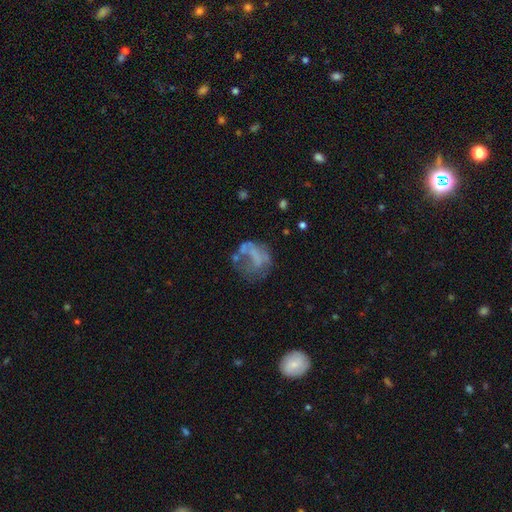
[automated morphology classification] This appears to be a featured or disk galaxy (46%). Merging: major disturbance (37%).